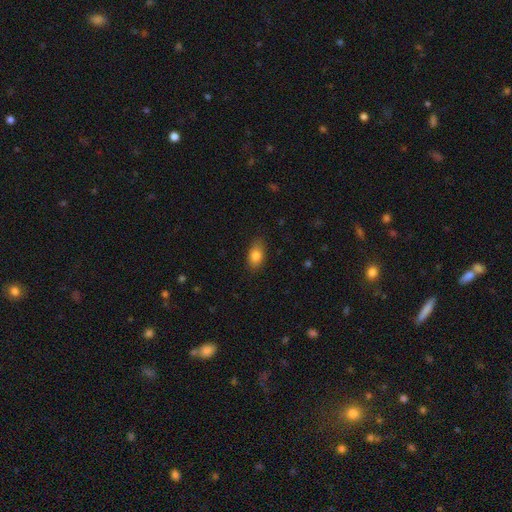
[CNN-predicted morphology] Q: Smooth or featured?
A: smooth (83%); runner-up: featured or disk (9%)
Q: How rounded?
A: in between (87%); runner-up: round (10%)
Q: Merging?
A: none (84%); runner-up: minor disturbance (13%)